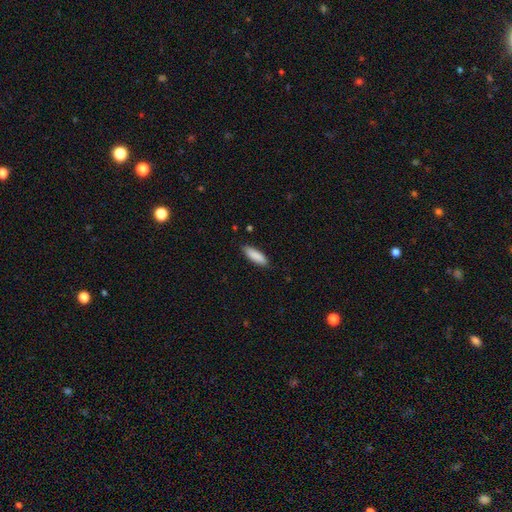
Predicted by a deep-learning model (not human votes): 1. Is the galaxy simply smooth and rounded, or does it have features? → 89% smooth, 6% star or artifact, 6% featured or disk.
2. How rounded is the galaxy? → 51% cigar-shaped, 47% in between, 1% round.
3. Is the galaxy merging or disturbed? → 86% none, 11% minor disturbance, 2% major disturbance, 1% merger.